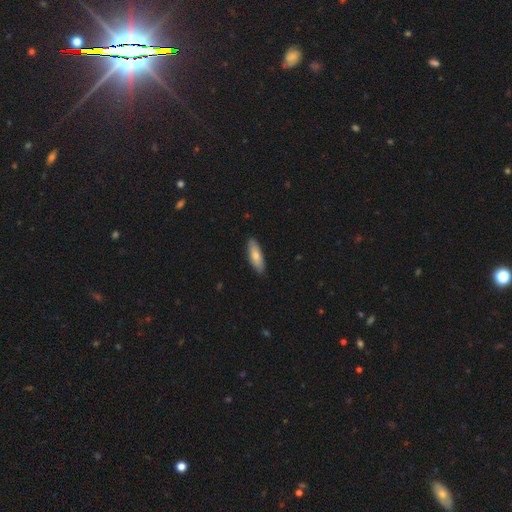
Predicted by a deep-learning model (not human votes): Morphology: type=smooth (74%); roundness=in between (59%); merging=none (88%).